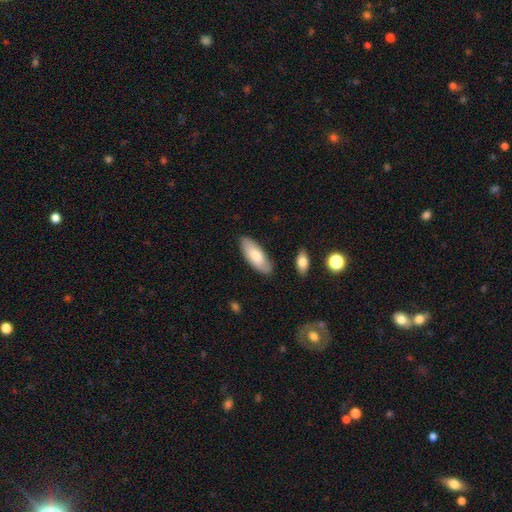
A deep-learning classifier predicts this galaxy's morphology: This appears to be a smooth galaxy with no disk features (76%) that is in between round and cigar-shaped (79%). Merging: none (83%).